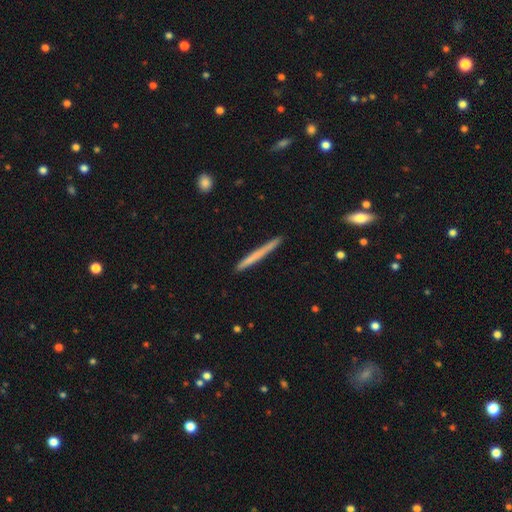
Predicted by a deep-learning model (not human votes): Smooth or featured?
  - smooth: 60% *
  - featured or disk: 34%
  - star or artifact: 6%
How rounded?
  - cigar-shaped: 97% *
  - in between: 2%
  - round: 1%
Merging?
  - none: 90% *
  - minor disturbance: 7%
  - major disturbance: 1%
  - merger: 1%